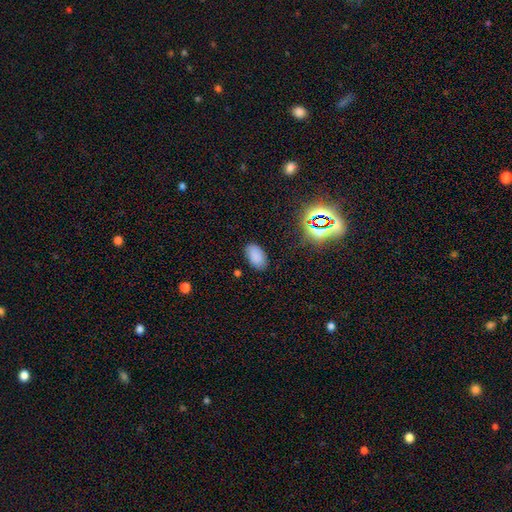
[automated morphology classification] smooth_or_featured: smooth (p=0.82) [alt: star or artifact p=0.13]
how_rounded: in between (p=0.94) [alt: round p=0.05]
merging: none (p=0.84) [alt: minor disturbance p=0.12]